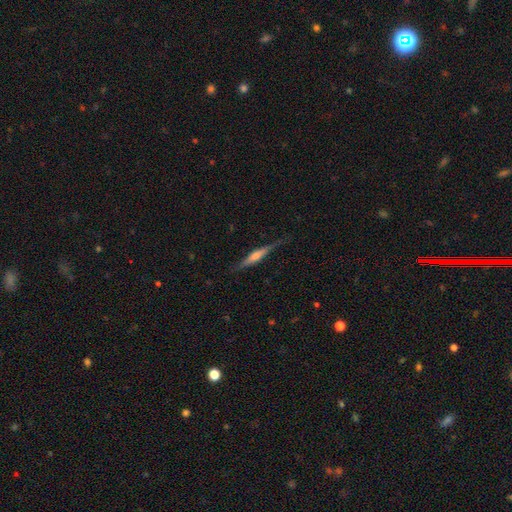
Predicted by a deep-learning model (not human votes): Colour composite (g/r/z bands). It shows a featured or disk galaxy (61%) viewed edge-on (96%) with a rounded central bulge (63%). Merging: none (80%).